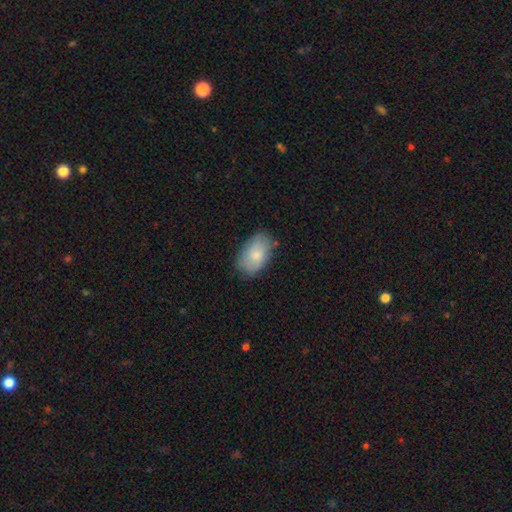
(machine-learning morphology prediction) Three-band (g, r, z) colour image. It shows a smooth galaxy with no disk features (76%) that is in between round and cigar-shaped (92%). Merging: none (76%).